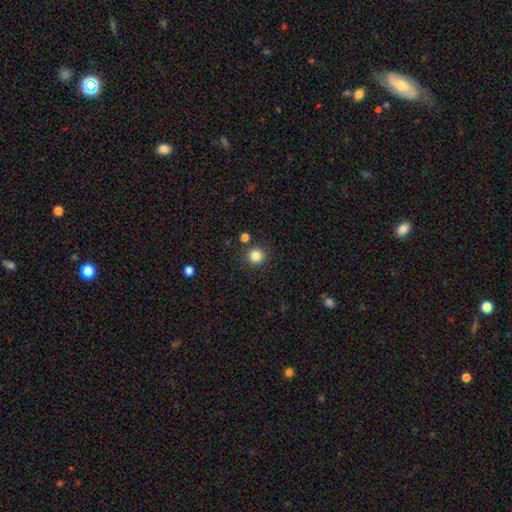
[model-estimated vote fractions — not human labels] A smooth galaxy with no disk features (84%) that is round (94%).

Vote fractions:
- Smooth or featured? smooth: 84% / star or artifact: 12% / featured or disk: 4%
- How rounded? round: 94% / in between: 5% / cigar-shaped: 1%
- Merging? none: 88% / minor disturbance: 6% / merger: 4% / major disturbance: 2%